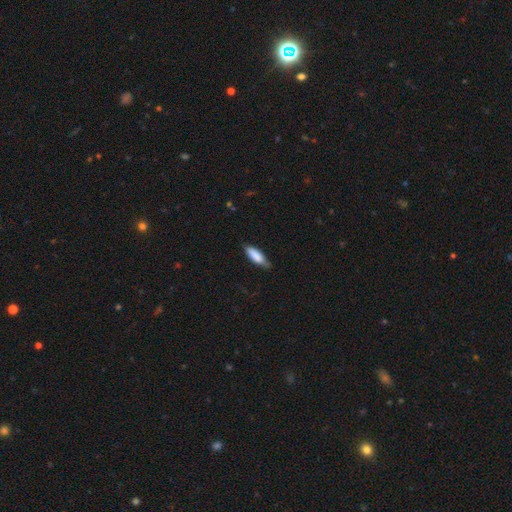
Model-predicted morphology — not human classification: Smooth or featured: smooth — 81% (featured or disk — 13%)
How rounded: in between — 54% (cigar-shaped — 45%)
Merging: none — 68% (minor disturbance — 26%)